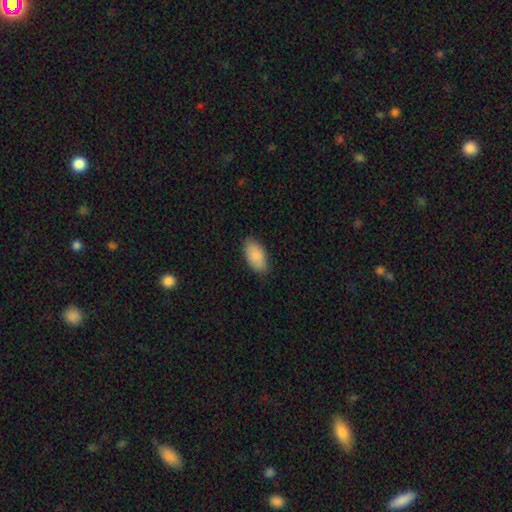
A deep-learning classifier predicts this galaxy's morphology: smooth 88%, star or artifact 6%, featured or disk 6%. Down the decision tree: how rounded — in between (94%); merging — none (84%).